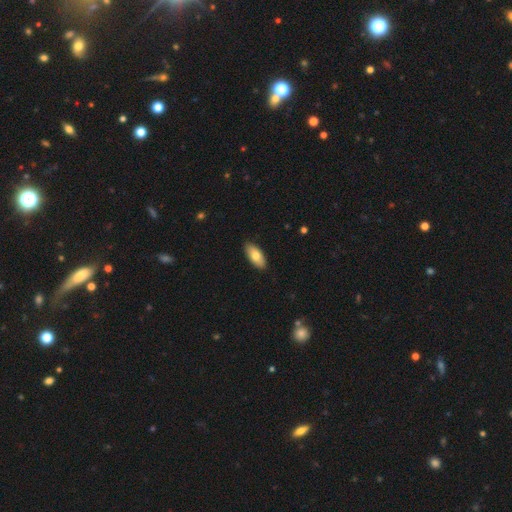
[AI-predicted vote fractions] The model was most divided on "smooth or featured": smooth: 78%, featured or disk: 16%, star or artifact: 6%. More confident: merging — none (88%); how rounded — in between (87%).